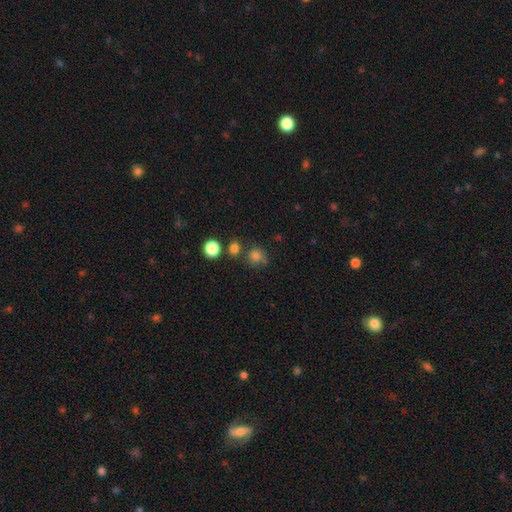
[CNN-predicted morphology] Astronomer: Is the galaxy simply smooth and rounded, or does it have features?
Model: smooth — 79%.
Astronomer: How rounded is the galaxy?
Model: round — 87%.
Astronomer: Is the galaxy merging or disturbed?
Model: none — 68%.